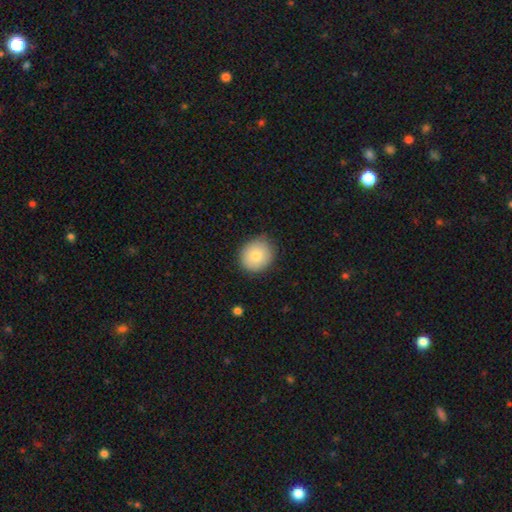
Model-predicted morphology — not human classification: Smooth or featured? smooth (80%)
How rounded? round (80%)
Merging? none (84%)